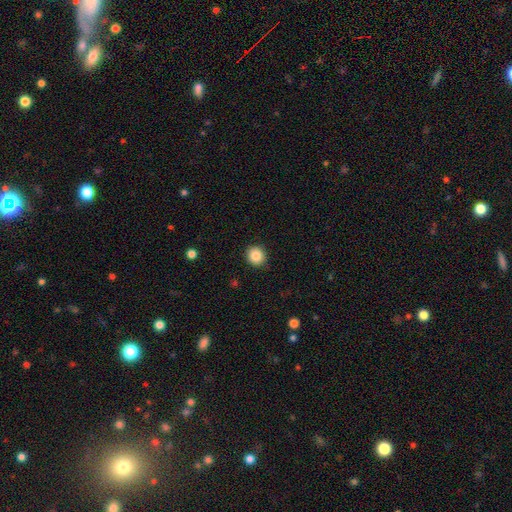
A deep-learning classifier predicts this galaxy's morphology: The model was most divided on "smooth or featured": smooth: 85%, star or artifact: 9%, featured or disk: 5%. More confident: merging — none (91%); how rounded — round (90%).